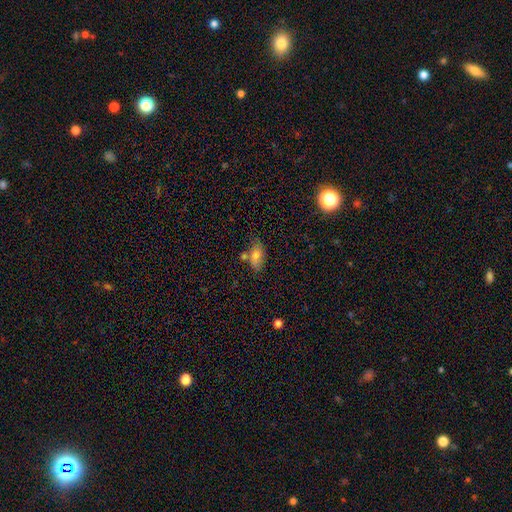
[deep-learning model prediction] A smooth galaxy with no disk features (72%) that is in between round and cigar-shaped (86%). Merging: none (61%).